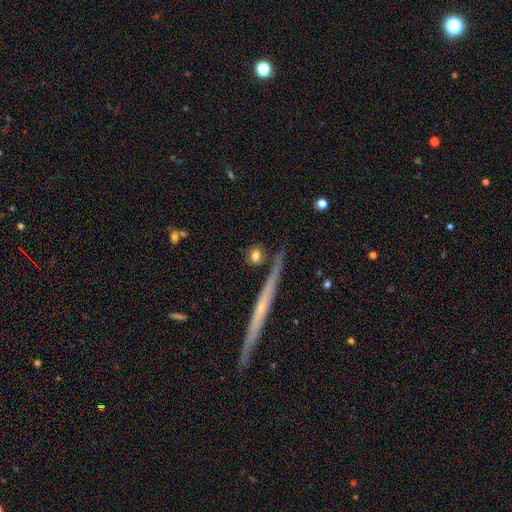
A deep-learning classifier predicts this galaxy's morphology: smooth-or-featured: smooth: 75% | featured or disk: 16% | star or artifact: 9%
  how-rounded: round: 67% | in between: 23% | cigar-shaped: 10%
  merging: none: 77% | minor disturbance: 11% | merger: 8% | major disturbance: 4%